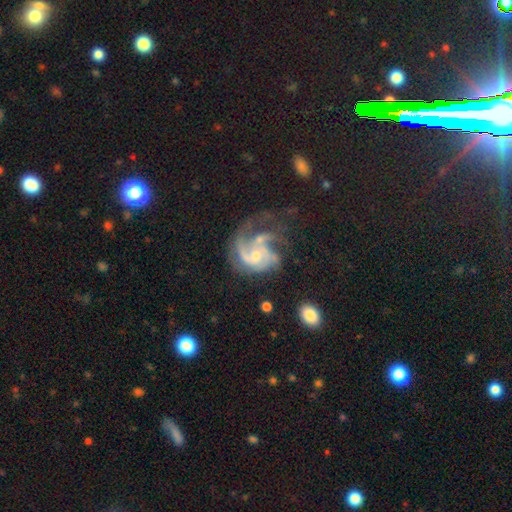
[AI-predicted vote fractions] The model was most divided on "bulge size": moderate: 46%, small: 45%, none: 4%, large: 3%, dominant: 1%. Remaining: edge-on disk — no (98%); spiral arms — yes (92%); smooth or featured — featured or disk (83%); bar — no (68%); spiral winding — medium (46%); merging — major disturbance (37%); spiral arm count — 3 (29%).